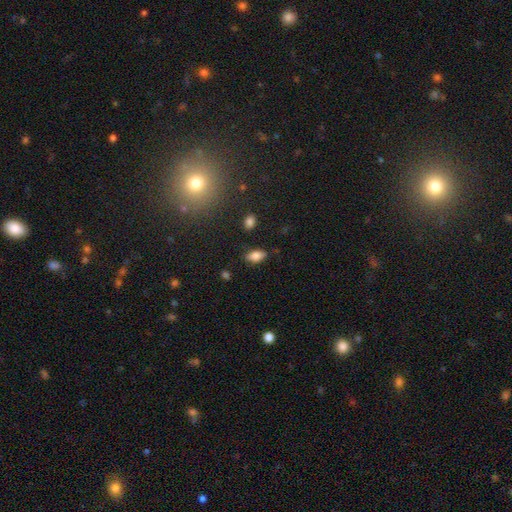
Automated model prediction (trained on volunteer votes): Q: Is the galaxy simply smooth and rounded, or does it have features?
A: smooth — 83%.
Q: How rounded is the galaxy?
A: in between — 91%.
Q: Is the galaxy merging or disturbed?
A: none — 83%.